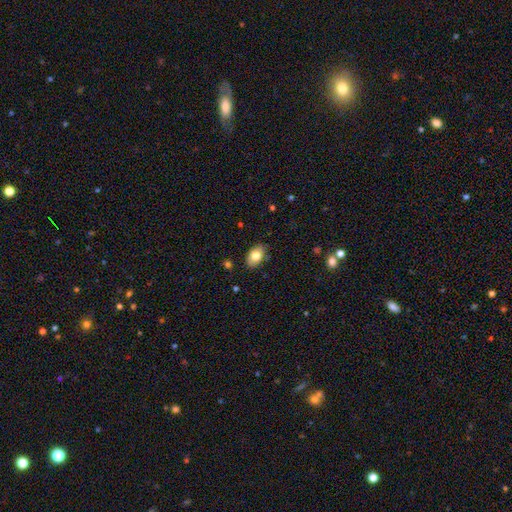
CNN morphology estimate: Q: Smooth or featured?
A: smooth (78%); runner-up: featured or disk (14%)
Q: How rounded?
A: in between (88%); runner-up: round (10%)
Q: Merging?
A: none (83%); runner-up: minor disturbance (14%)